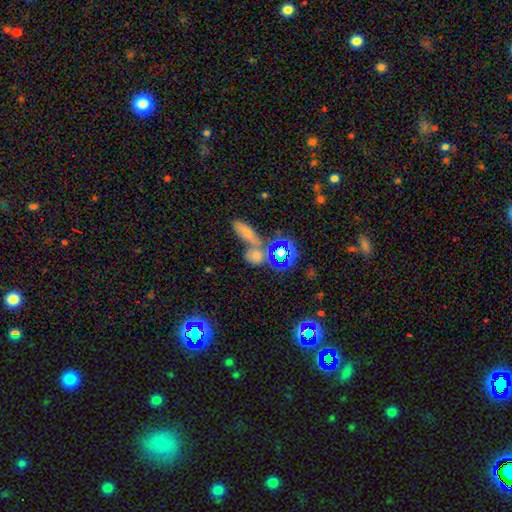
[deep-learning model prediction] smooth-or-featured: smooth: 57% | star or artifact: 31% | featured or disk: 12%
  how-rounded: round: 47% | in between: 44% | cigar-shaped: 10%
  merging: none: 45% | merger: 41% | minor disturbance: 10% | major disturbance: 5%